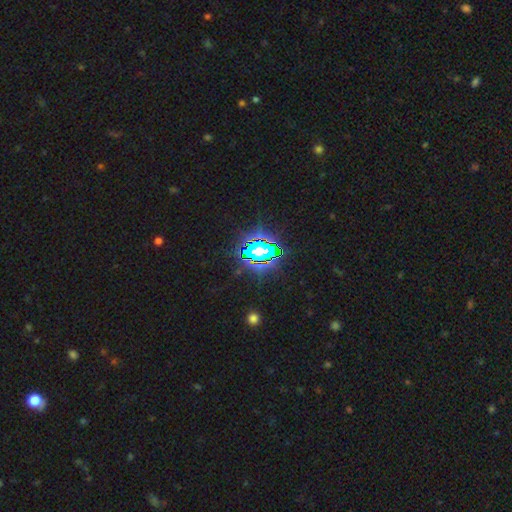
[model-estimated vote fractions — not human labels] smooth-or-featured: star or artifact: 71% | smooth: 16% | featured or disk: 13%